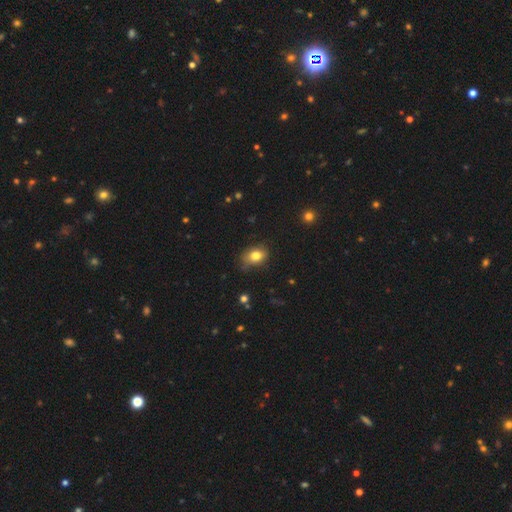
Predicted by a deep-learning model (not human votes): A smooth galaxy with no disk features (79%) that is in between round and cigar-shaped (72%).

Vote fractions:
- Smooth or featured? smooth: 79% / star or artifact: 11% / featured or disk: 10%
- How rounded? in between: 72% / round: 27% / cigar-shaped: 1%
- Merging? none: 63% / minor disturbance: 29% / major disturbance: 6% / merger: 2%